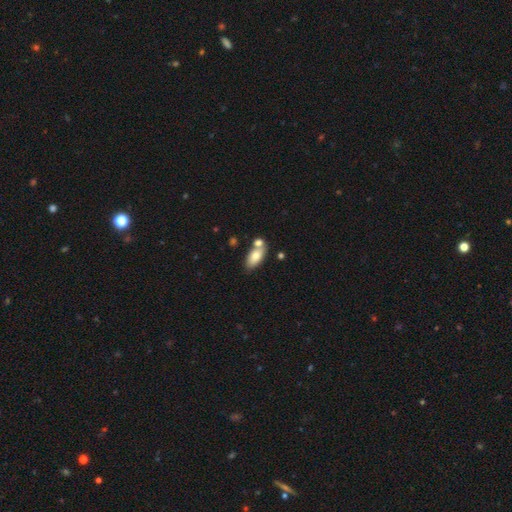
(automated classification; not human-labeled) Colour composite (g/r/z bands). It shows a smooth galaxy with no disk features (74%) that is in between round and cigar-shaped (88%). Merging: none (58%).